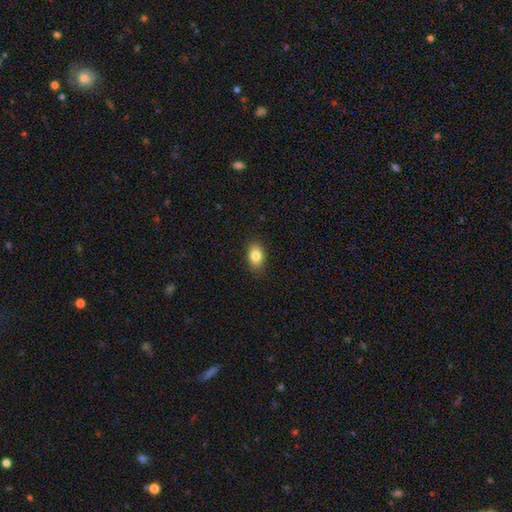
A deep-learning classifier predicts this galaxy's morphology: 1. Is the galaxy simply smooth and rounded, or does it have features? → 84% smooth, 8% star or artifact, 7% featured or disk.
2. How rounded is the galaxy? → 84% in between, 14% round, 1% cigar-shaped.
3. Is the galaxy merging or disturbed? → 87% none, 10% minor disturbance, 2% major disturbance, 1% merger.